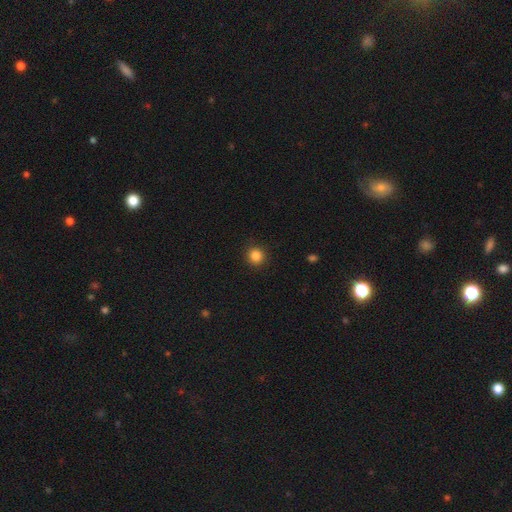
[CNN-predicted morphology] The model was most divided on "smooth or featured": smooth: 85%, star or artifact: 11%, featured or disk: 4%. More confident: merging — none (91%); how rounded — round (91%).